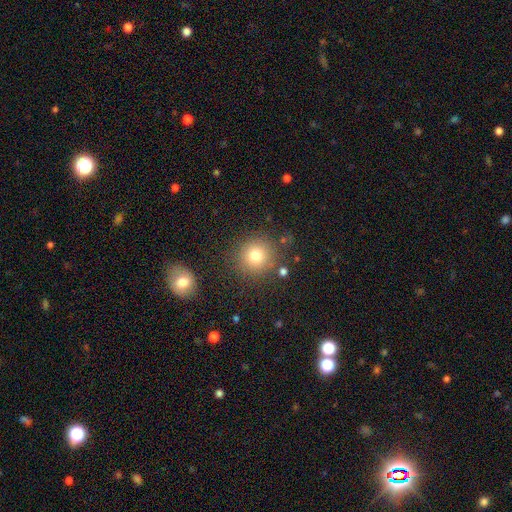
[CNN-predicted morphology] Smooth or featured? Predicted: smooth (p=0.78). How rounded? Predicted: round (p=0.93). Merging? Predicted: none (p=0.84).